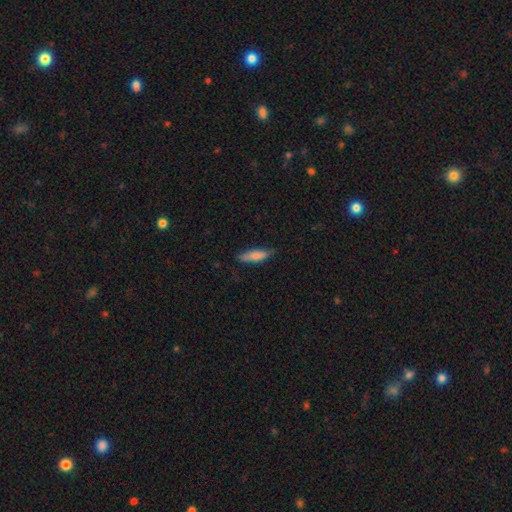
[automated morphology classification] A smooth galaxy with no disk features (76%) that is cigar-shaped (63%). Merging: none (77%).